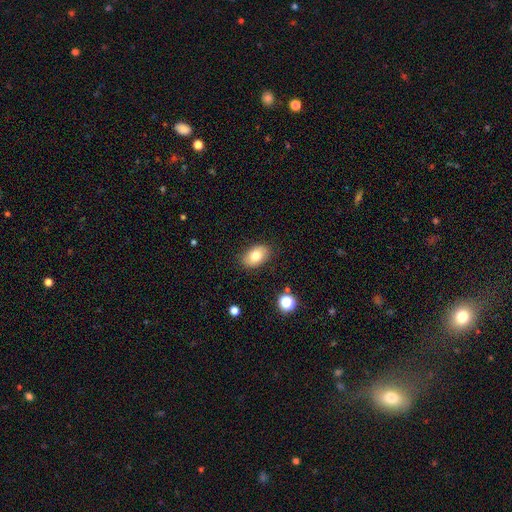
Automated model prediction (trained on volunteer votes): The model was most divided on "smooth or featured": smooth: 77%, featured or disk: 14%, star or artifact: 8%. More confident: how rounded — in between (88%); merging — none (85%).